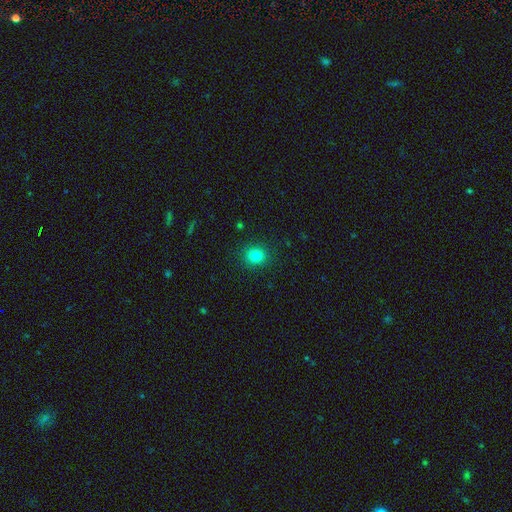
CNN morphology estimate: Q: Smooth or featured?
A: smooth (81%); runner-up: star or artifact (13%)
Q: How rounded?
A: round (79%); runner-up: in between (20%)
Q: Merging?
A: none (90%); runner-up: minor disturbance (7%)